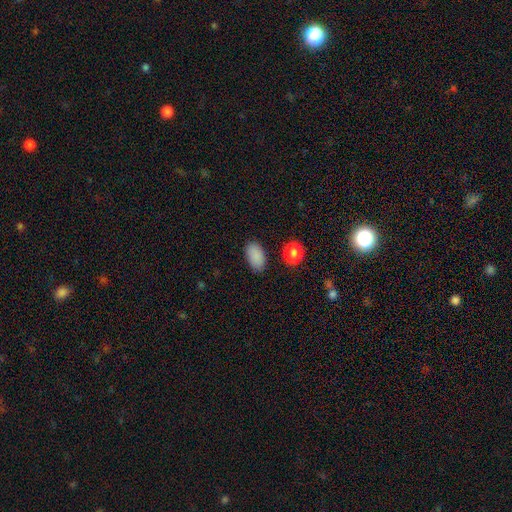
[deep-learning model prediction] This appears to be a smooth galaxy with no disk features (87%) that is in between round and cigar-shaped (93%). Merging: none (84%).